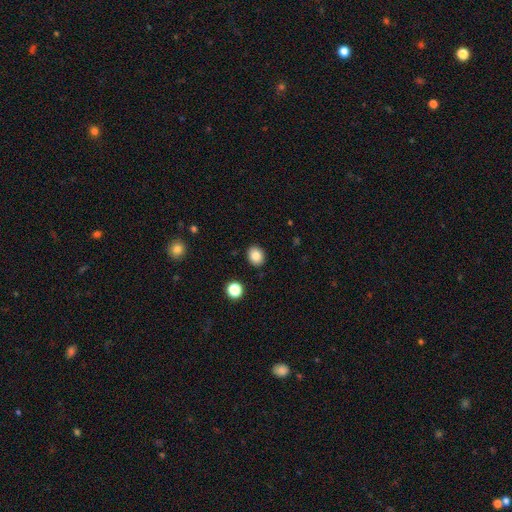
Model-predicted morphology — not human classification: Smooth or featured? smooth (85%)
How rounded? round (57%)
Merging? none (89%)